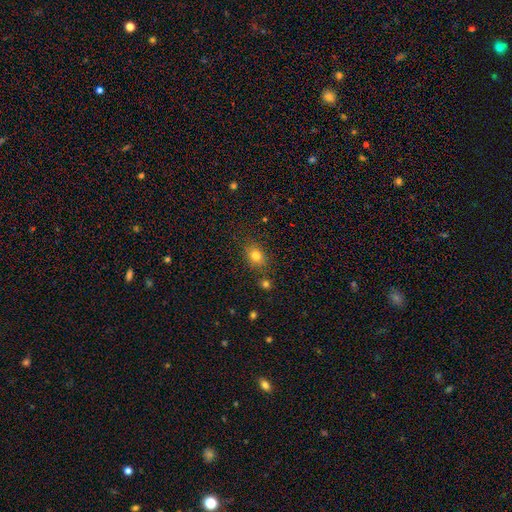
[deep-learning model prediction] This is likely a smooth galaxy (80%). How rounded: possibly in between (56%). Merging: clearly none (80%).